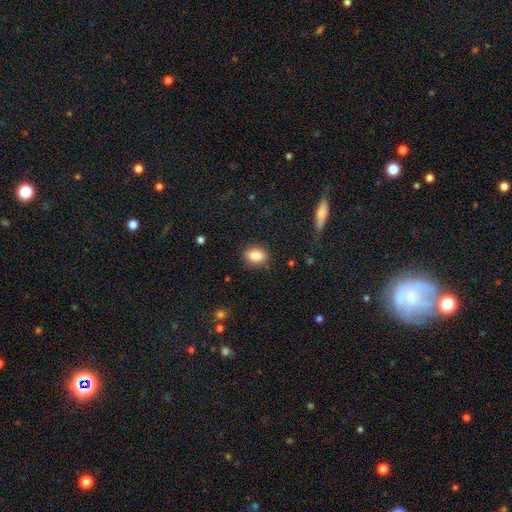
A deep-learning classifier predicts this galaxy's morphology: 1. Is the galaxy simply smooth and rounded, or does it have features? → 85% smooth, 9% star or artifact, 7% featured or disk.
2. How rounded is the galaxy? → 64% in between, 34% round, 2% cigar-shaped.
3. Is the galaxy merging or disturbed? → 85% none, 11% minor disturbance, 3% major disturbance, 1% merger.